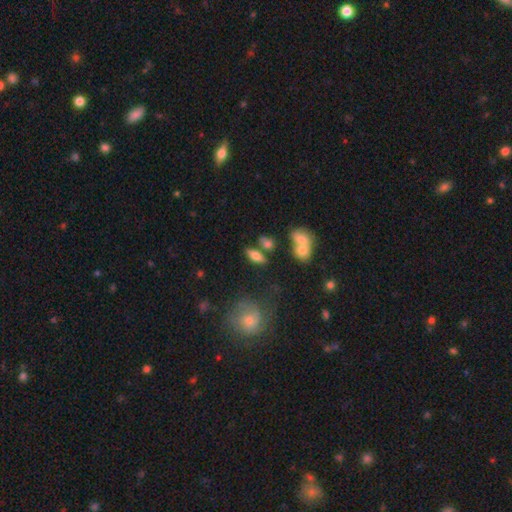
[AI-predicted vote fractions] Smooth or featured? smooth (67%)
How rounded? in between (74%)
Merging? none (70%)